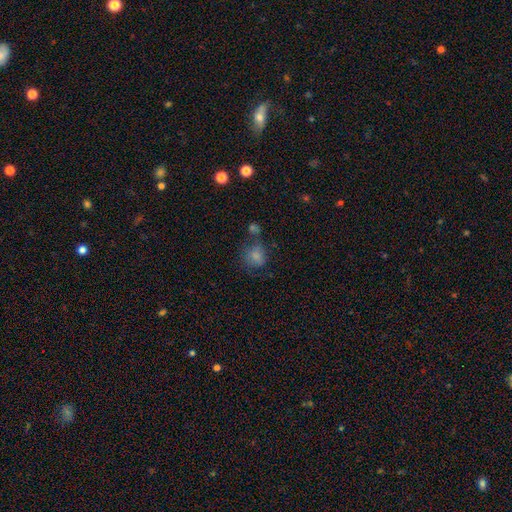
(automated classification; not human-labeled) Smooth or featured? Predicted: smooth (p=0.76). How rounded? Predicted: round (p=0.68). Merging? Predicted: none (p=0.45).